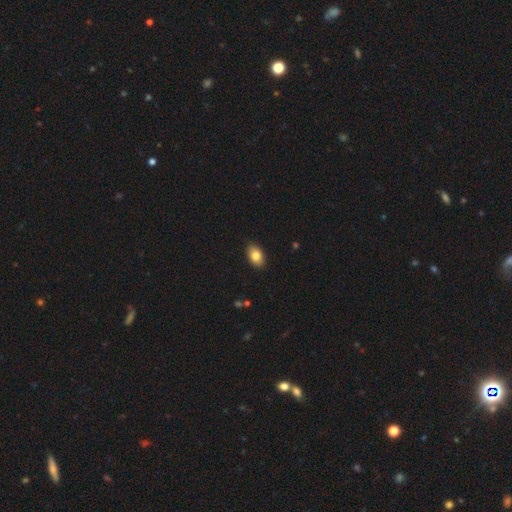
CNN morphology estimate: This appears to be a smooth galaxy with no disk features (83%) that is in between round and cigar-shaped (90%). Merging: none (89%).